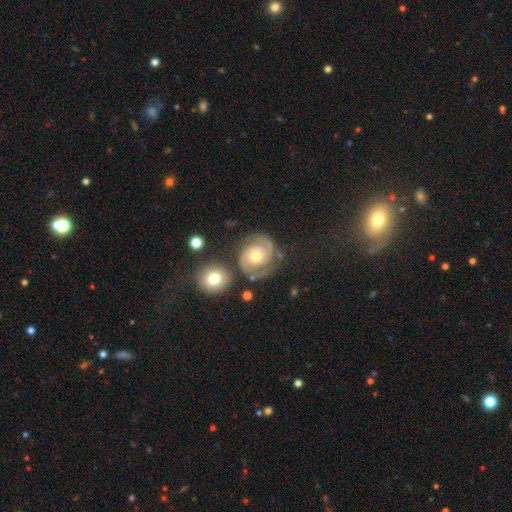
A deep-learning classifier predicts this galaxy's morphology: The model was most divided on "spiral winding": tight: 56%, medium: 37%, loose: 7%. More confident: edge-on disk — no (98%); spiral arms — yes (97%); spiral arm count — 2 (91%); smooth or featured — featured or disk (87%); bar — no (75%); merging — none (74%); bulge size — moderate (72%).